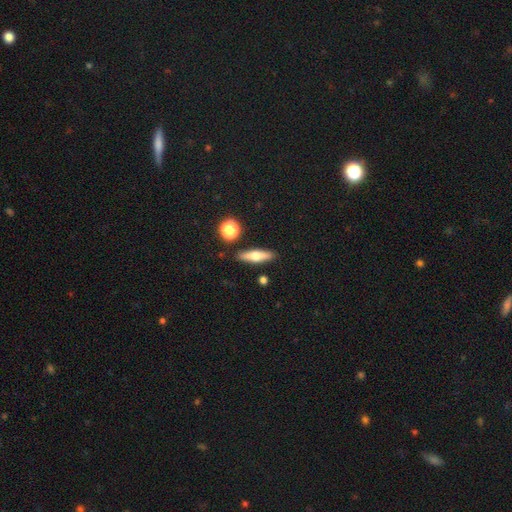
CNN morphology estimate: A smooth galaxy with no disk features (53%) that is cigar-shaped (63%). Merging: none (86%).